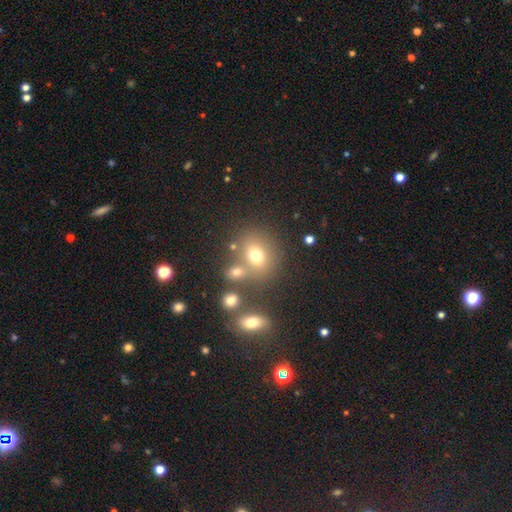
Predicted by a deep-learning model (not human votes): Q: Smooth or featured?
A: smooth (70%); runner-up: star or artifact (16%)
Q: How rounded?
A: round (55%); runner-up: in between (43%)
Q: Merging?
A: none (60%); runner-up: merger (23%)